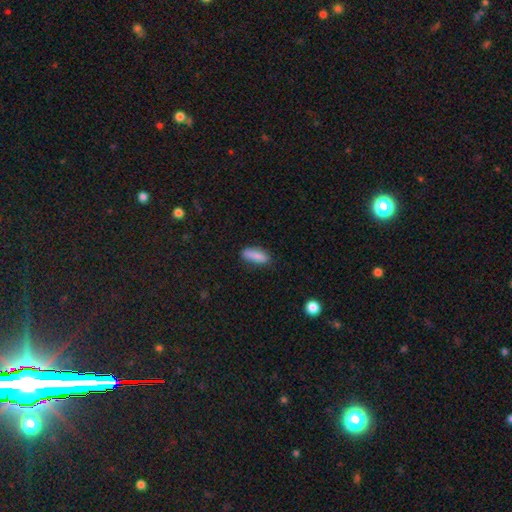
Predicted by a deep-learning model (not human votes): Smooth or featured? Predicted: smooth (p=0.86). How rounded? Predicted: in between (p=0.62). Merging? Predicted: none (p=0.79).